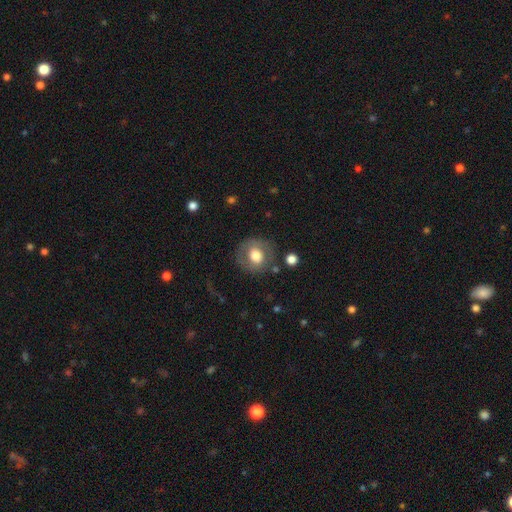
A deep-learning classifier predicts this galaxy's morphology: smooth_or_featured: smooth (p=0.65) [alt: featured or disk p=0.26]
how_rounded: round (p=0.83) [alt: in between p=0.16]
merging: none (p=0.77) [alt: minor disturbance p=0.14]